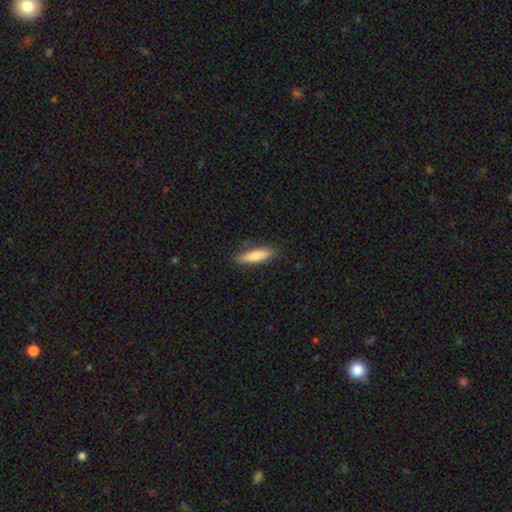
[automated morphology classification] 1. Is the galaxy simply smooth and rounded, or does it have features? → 74% smooth, 20% featured or disk, 6% star or artifact.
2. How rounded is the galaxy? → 72% cigar-shaped, 27% in between, 2% round.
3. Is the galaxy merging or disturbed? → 85% none, 11% minor disturbance, 2% major disturbance, 1% merger.